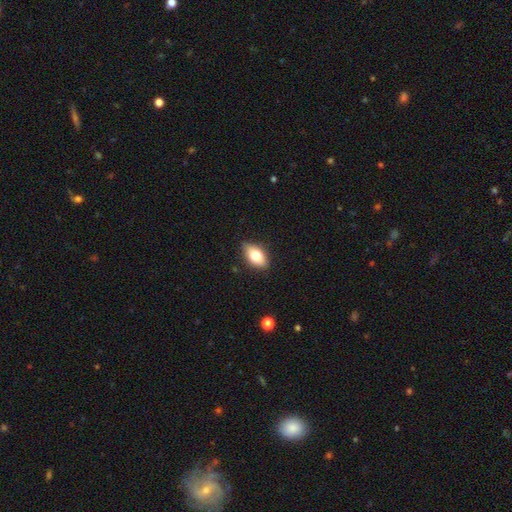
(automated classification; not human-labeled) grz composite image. It shows a smooth galaxy with no disk features (72%) that is in between round and cigar-shaped (88%). Merging: none (84%).